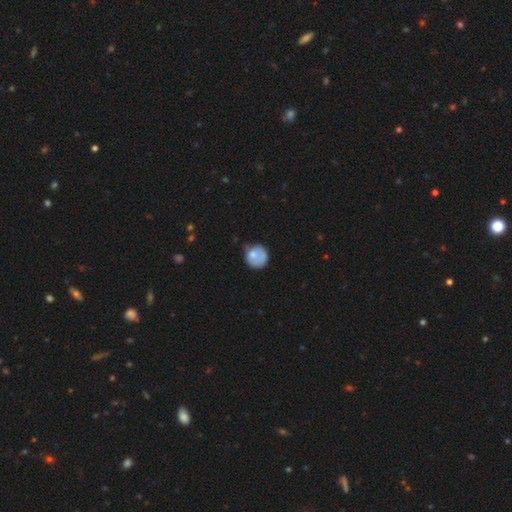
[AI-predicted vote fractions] Morphology: type=smooth (69%); roundness=round (86%); merging=none (54%).